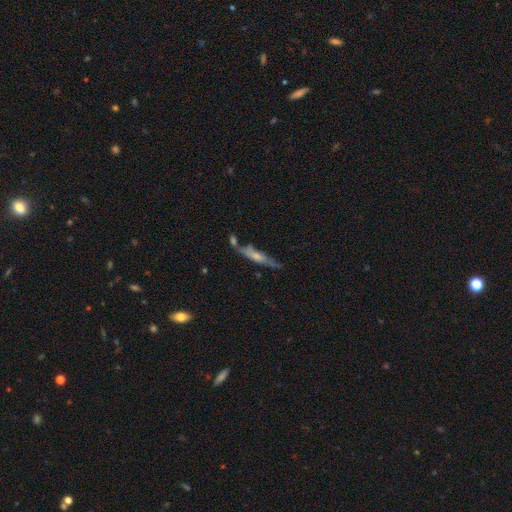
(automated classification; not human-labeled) smooth_or_featured: featured or disk (p=0.47) [alt: smooth p=0.46]
merging: none (p=0.60) [alt: minor disturbance p=0.20]